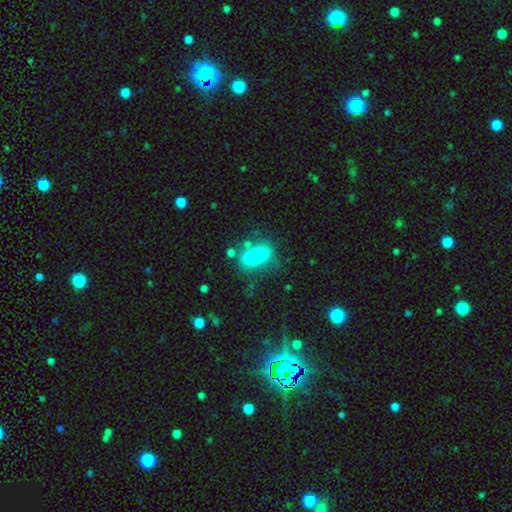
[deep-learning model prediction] smooth_or_featured: smooth (p=0.73) [alt: featured or disk p=0.20]
how_rounded: in between (p=0.78) [alt: cigar-shaped p=0.17]
merging: none (p=0.64) [alt: minor disturbance p=0.20]